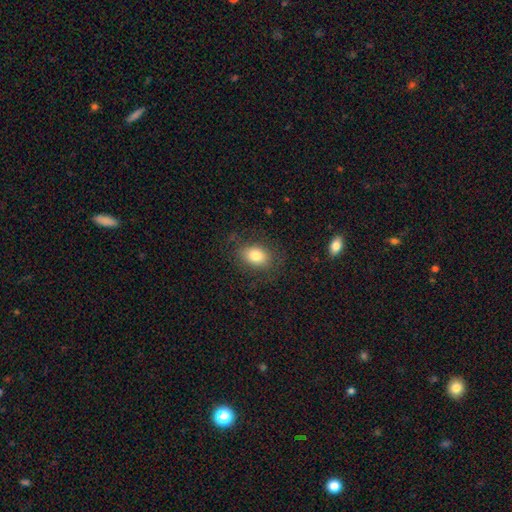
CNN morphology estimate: A smooth galaxy with no disk features (80%) that is in between round and cigar-shaped (71%).

Vote fractions:
- Smooth or featured? smooth: 80% / featured or disk: 11% / star or artifact: 9%
- How rounded? in between: 71% / round: 27% / cigar-shaped: 1%
- Merging? none: 78% / minor disturbance: 14% / major disturbance: 7% / merger: 1%